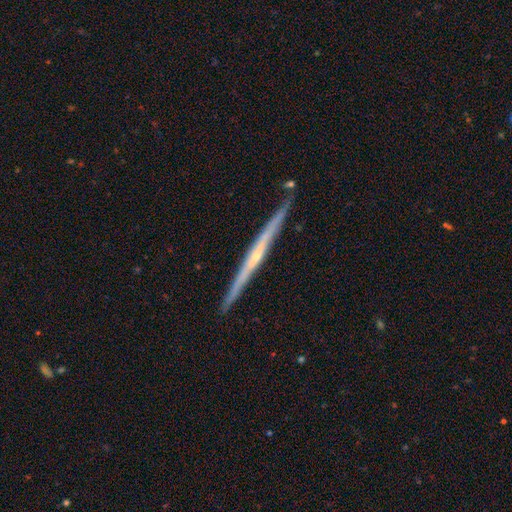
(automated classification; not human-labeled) Smooth or featured: featured or disk — 77% (smooth — 17%)
Edge-on disk: yes — 98% (no — 2%)
Edge-on bulge: none — 50% (rounded — 45%)
Merging: none — 89% (minor disturbance — 8%)